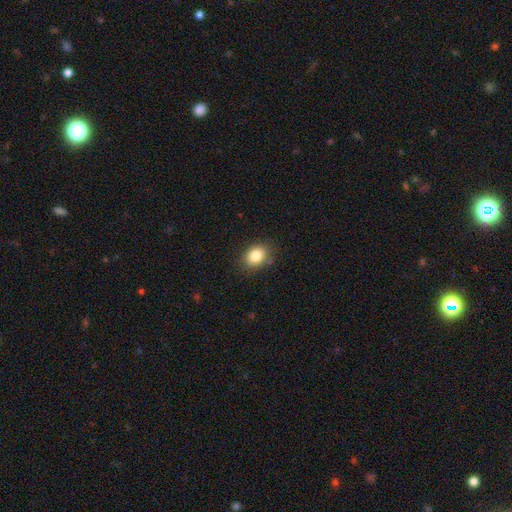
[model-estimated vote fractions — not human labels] This is clearly a smooth galaxy (84%). How rounded: possibly in between (60%). Merging: clearly none (84%).